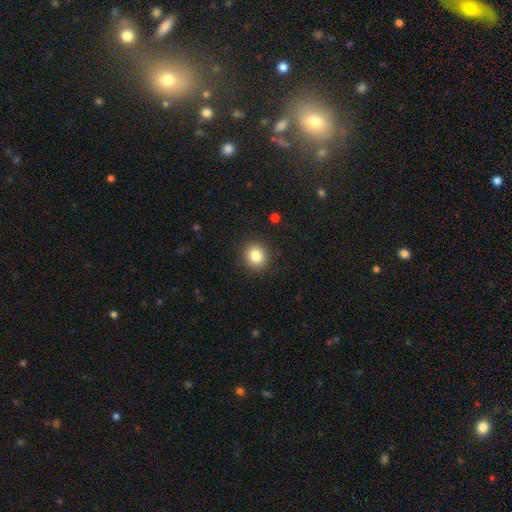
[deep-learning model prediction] smooth_or_featured: smooth (p=0.84) [alt: star or artifact p=0.10]
how_rounded: round (p=0.84) [alt: in between p=0.16]
merging: none (p=0.90) [alt: minor disturbance p=0.07]